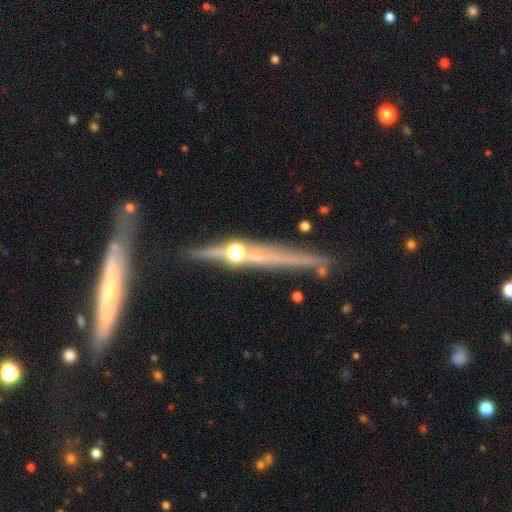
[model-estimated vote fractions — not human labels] Morphology: type=featured or disk (72%); edge-on=yes (96%); edge-on bulge=rounded (63%); merging=none (77%).